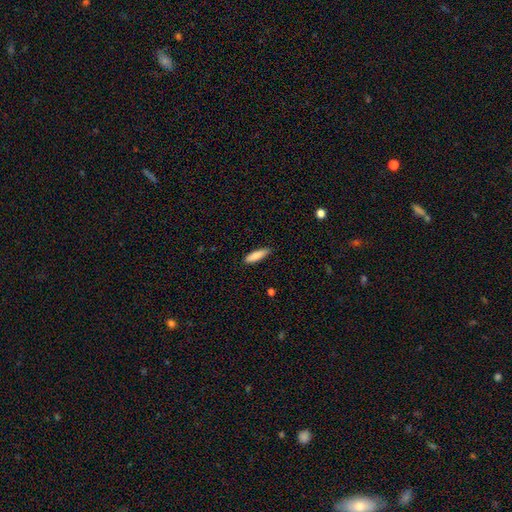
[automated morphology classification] This appears to be a smooth galaxy with no disk features (84%) that is cigar-shaped (63%). Merging: none (83%).